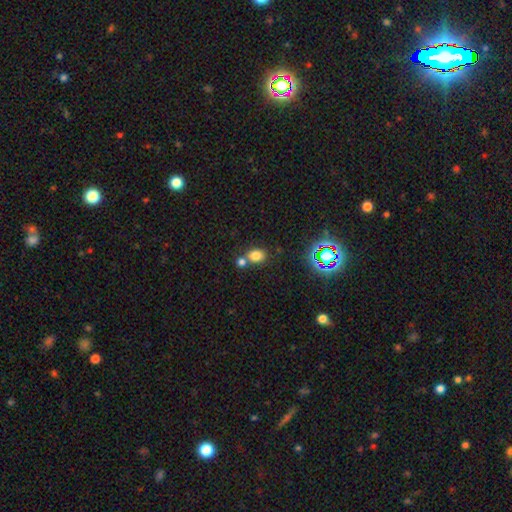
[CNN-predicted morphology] Smooth or featured? smooth (76%)
How rounded? in between (52%)
Merging? none (55%)